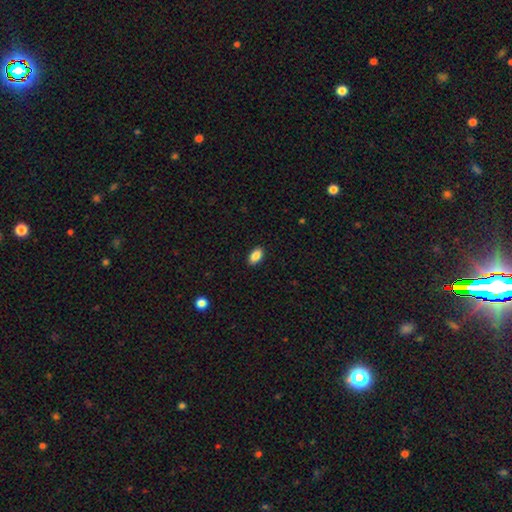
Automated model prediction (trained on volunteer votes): Smooth or featured: smooth — 88% (star or artifact — 8%)
How rounded: in between — 92% (round — 4%)
Merging: none — 90% (minor disturbance — 8%)